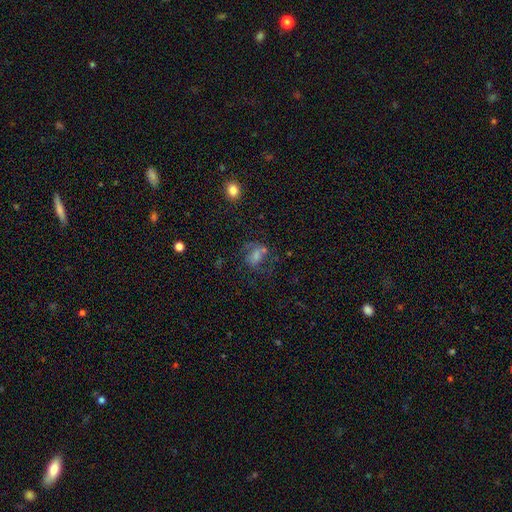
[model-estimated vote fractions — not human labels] A smooth galaxy with no disk features (38%).

Vote fractions:
- Smooth or featured? smooth: 38% / featured or disk: 34% / star or artifact: 27%
- Merging? none: 48% / major disturbance: 23% / minor disturbance: 19% / merger: 11%